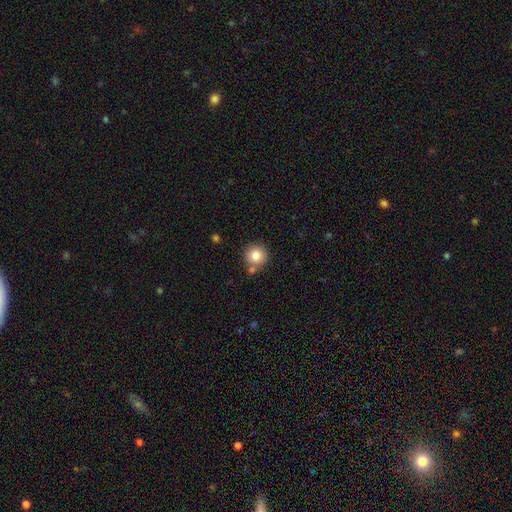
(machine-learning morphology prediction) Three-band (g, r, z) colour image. It shows a smooth galaxy with no disk features (82%) that is round (93%). Merging: none (72%).